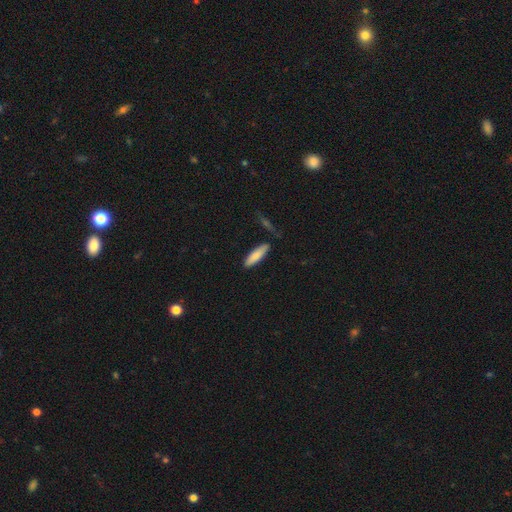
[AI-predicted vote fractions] Smooth or featured: smooth — 81% (featured or disk — 13%)
How rounded: cigar-shaped — 62% (in between — 37%)
Merging: none — 83% (minor disturbance — 11%)